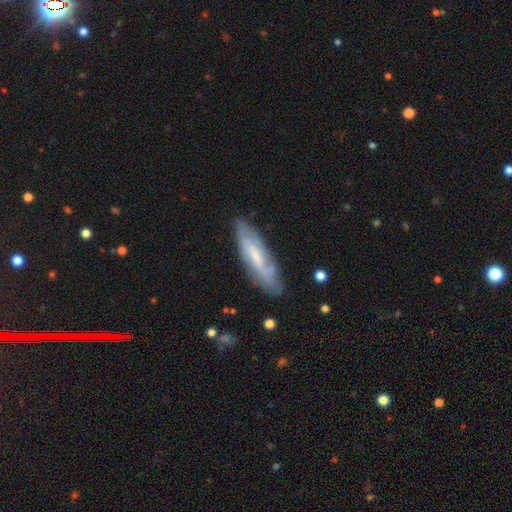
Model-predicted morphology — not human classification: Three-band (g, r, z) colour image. It shows a featured or disk galaxy (58%). Merging: none (76%).